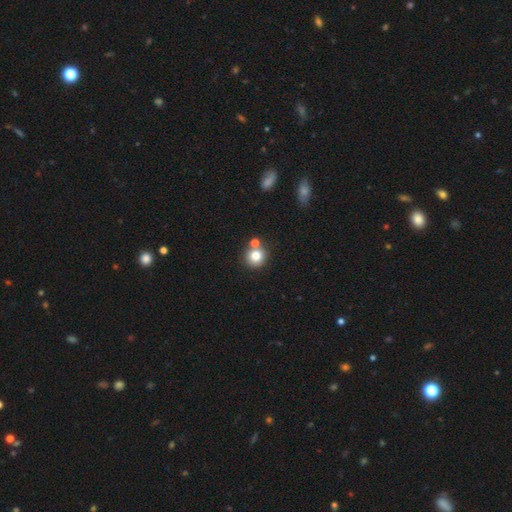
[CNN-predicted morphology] A smooth galaxy with no disk features (79%) that is round (89%). Merging: none (67%).